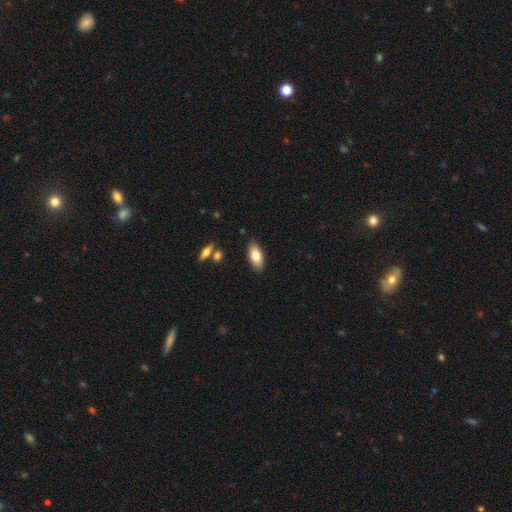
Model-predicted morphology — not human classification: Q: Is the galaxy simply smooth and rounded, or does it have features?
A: smooth — 76%.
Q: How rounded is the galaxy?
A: in between — 86%.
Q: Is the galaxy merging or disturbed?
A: none — 85%.